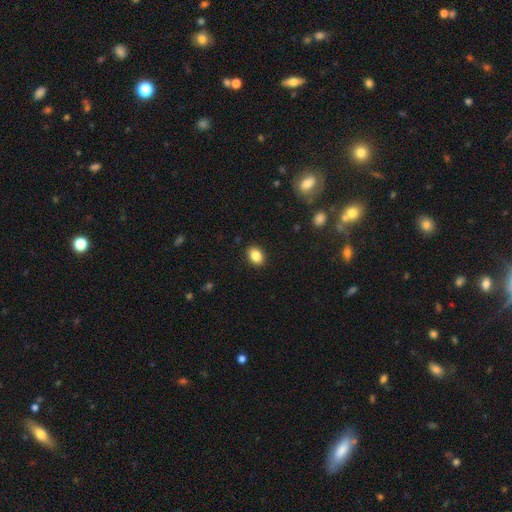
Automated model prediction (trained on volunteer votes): Smooth or featured?
  - smooth: 86% *
  - star or artifact: 9%
  - featured or disk: 5%
How rounded?
  - in between: 70% *
  - round: 29%
  - cigar-shaped: 1%
Merging?
  - none: 90% *
  - minor disturbance: 7%
  - major disturbance: 2%
  - merger: 1%